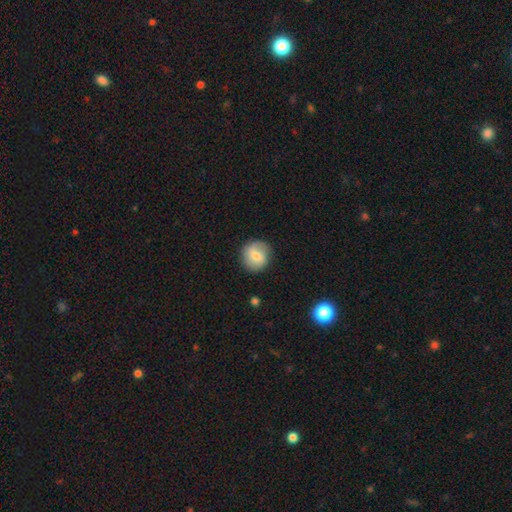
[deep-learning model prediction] A smooth galaxy with no disk features (58%) that is round (88%).

Vote fractions:
- Smooth or featured? smooth: 58% / featured or disk: 35% / star or artifact: 7%
- How rounded? round: 88% / in between: 11% / cigar-shaped: 1%
- Merging? none: 83% / minor disturbance: 12% / major disturbance: 4% / merger: 1%